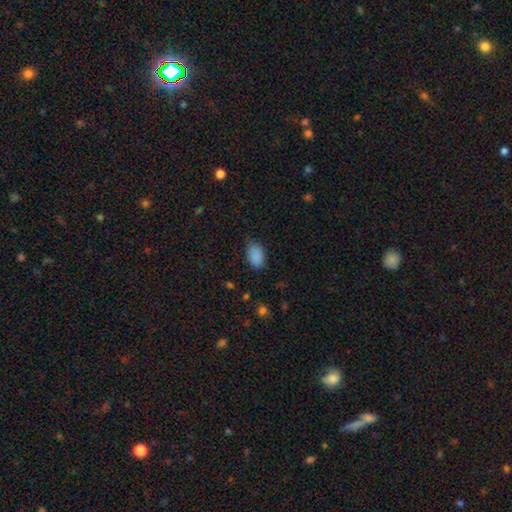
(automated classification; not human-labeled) This appears to be a smooth galaxy with no disk features (89%) that is in between round and cigar-shaped (89%). Merging: none (78%).